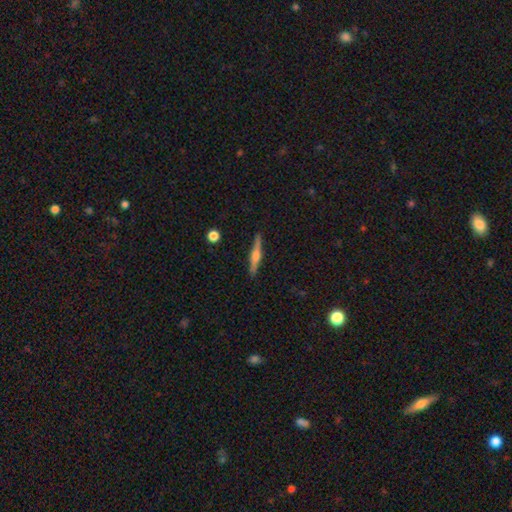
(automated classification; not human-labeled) smooth-or-featured: featured or disk: 67% | smooth: 27% | star or artifact: 6%
  disk-edge-on: yes: 98% | no: 2%
    edge-on-bulge: rounded: 82% | boxy: 12% | none: 6%
  merging: none: 90% | minor disturbance: 7% | major disturbance: 2% | merger: 1%